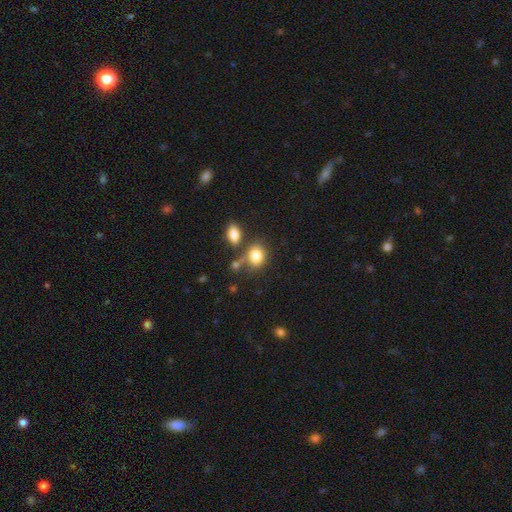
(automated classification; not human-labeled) smooth-or-featured: smooth: 83% | star or artifact: 10% | featured or disk: 8%
  how-rounded: in between: 54% | round: 44% | cigar-shaped: 1%
  merging: none: 55% | merger: 23% | minor disturbance: 15% | major disturbance: 6%